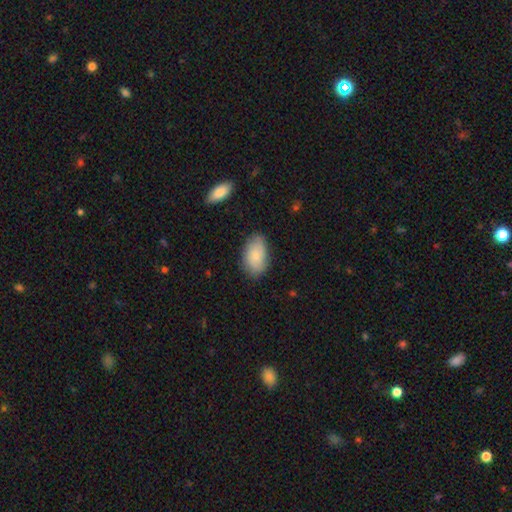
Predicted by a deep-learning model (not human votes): The model was most divided on "merging": none: 78%, minor disturbance: 17%, major disturbance: 4%, merger: 2%. More confident: how rounded — in between (92%); smooth or featured — smooth (80%).